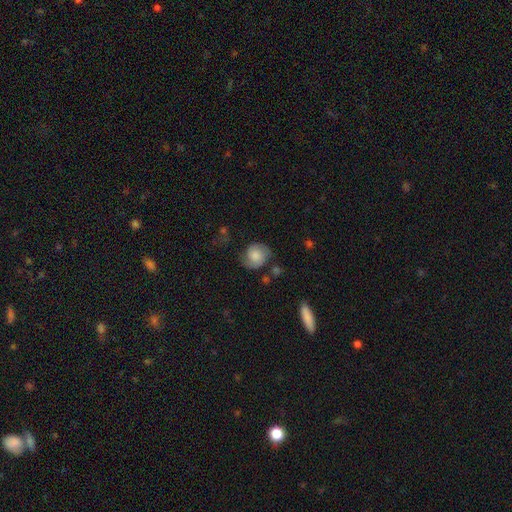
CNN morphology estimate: A smooth galaxy with no disk features (55%) that is round (71%). Merging: none (61%).